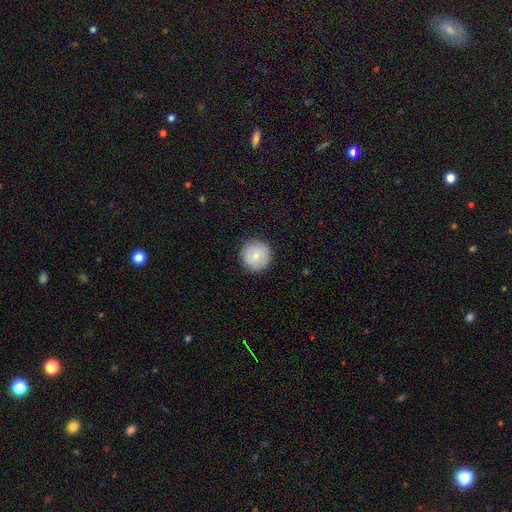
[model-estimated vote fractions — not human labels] Smooth or featured?
  - smooth: 79% *
  - featured or disk: 14%
  - star or artifact: 7%
How rounded?
  - round: 96% *
  - in between: 3%
  - cigar-shaped: 1%
Merging?
  - none: 90% *
  - minor disturbance: 7%
  - major disturbance: 2%
  - merger: 1%